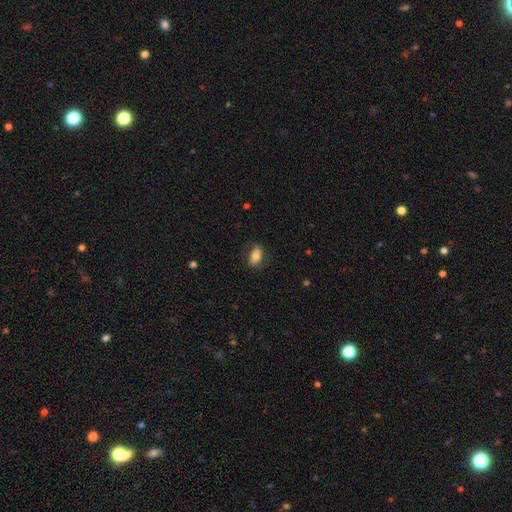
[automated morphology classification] Smooth or featured? smooth (76%)
How rounded? in between (90%)
Merging? none (74%)